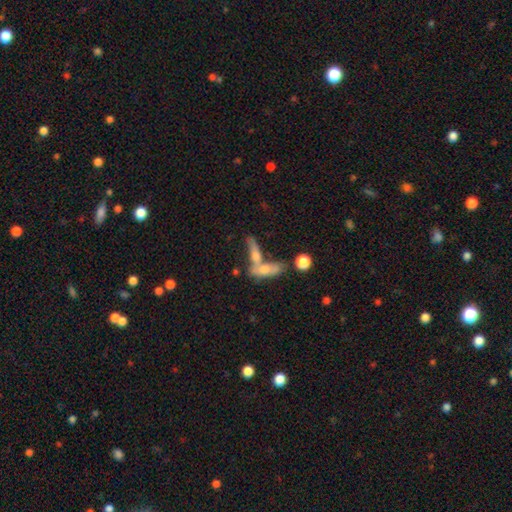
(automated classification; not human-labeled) smooth 59%, featured or disk 32%, star or artifact 9%. Down the decision tree: how rounded — cigar-shaped (48%); merging — merger (58%).